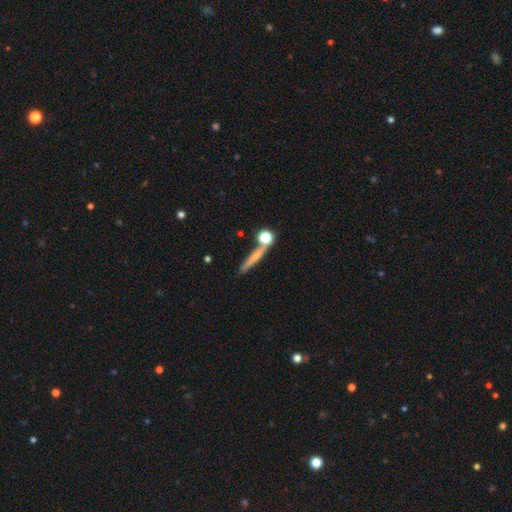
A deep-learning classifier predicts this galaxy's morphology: Smooth or featured: smooth — 52% (featured or disk — 37%)
How rounded: cigar-shaped — 77% (round — 14%)
Merging: none — 70% (merger — 14%)